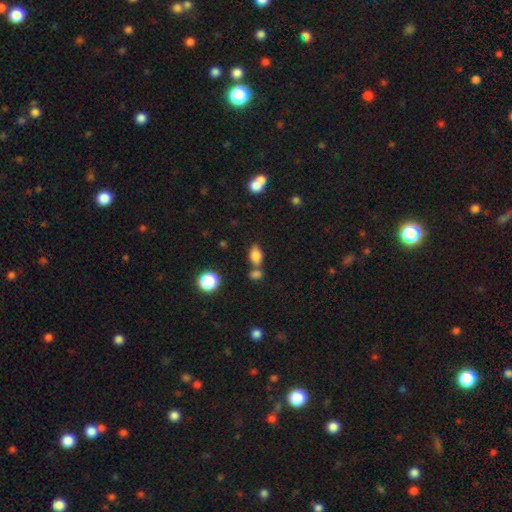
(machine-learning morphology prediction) Smooth or featured: smooth — 82% (star or artifact — 11%)
How rounded: in between — 84% (round — 14%)
Merging: none — 54% (merger — 30%)